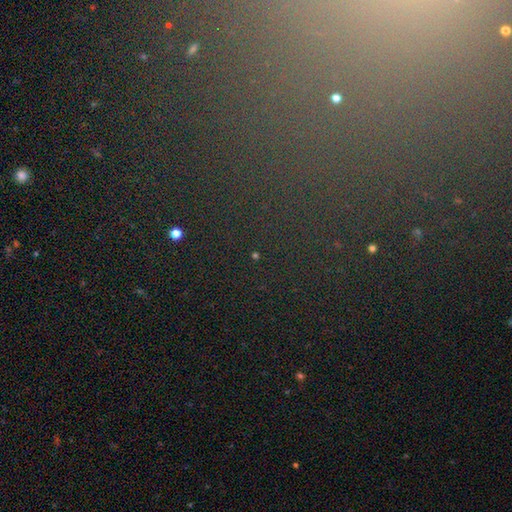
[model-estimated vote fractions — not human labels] Morphology: type=star or artifact (75%).